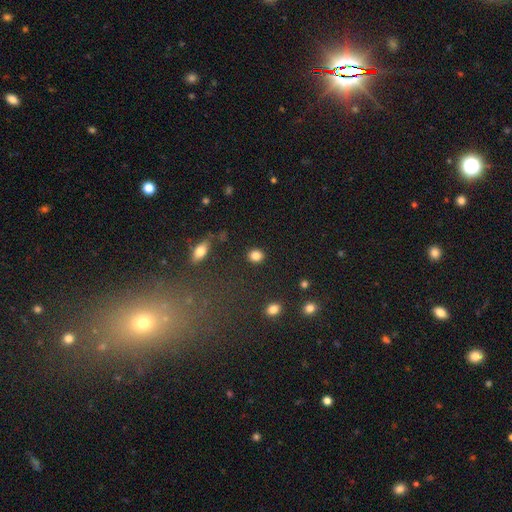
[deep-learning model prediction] Smooth or featured: smooth — 85% (star or artifact — 10%)
How rounded: round — 69% (in between — 29%)
Merging: none — 88% (minor disturbance — 8%)